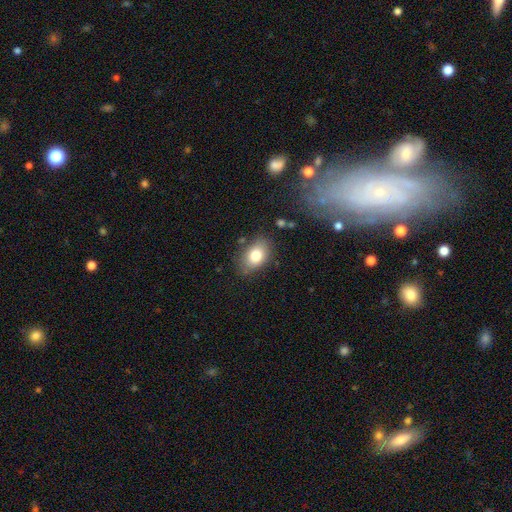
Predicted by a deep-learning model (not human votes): Overall: smooth (79%). How rounded: in between (84%). Merging: none (79%).